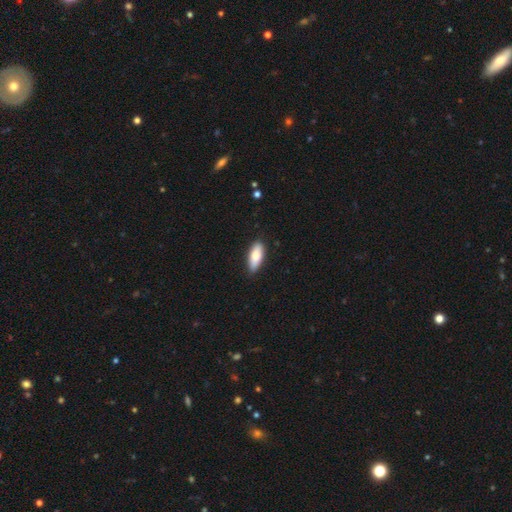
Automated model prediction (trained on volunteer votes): Smooth or featured? Predicted: smooth (p=0.75). How rounded? Predicted: in between (p=0.76). Merging? Predicted: none (p=0.86).